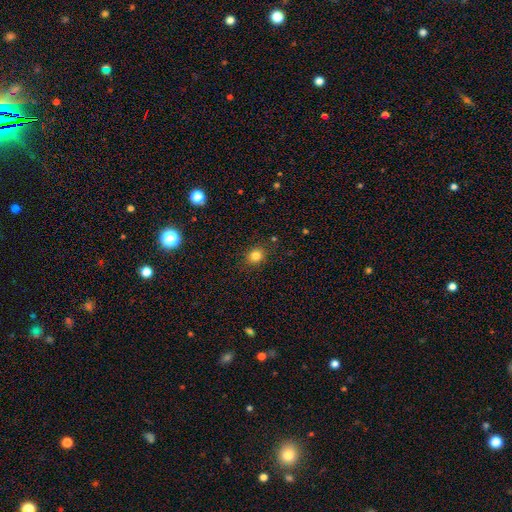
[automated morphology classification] Smooth or featured: smooth — 82% (star or artifact — 13%)
How rounded: round — 75% (in between — 24%)
Merging: none — 88% (minor disturbance — 8%)